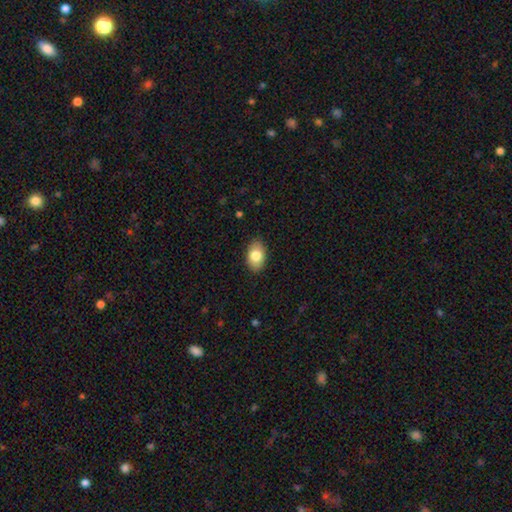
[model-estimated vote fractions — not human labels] This appears to be a smooth galaxy with no disk features (81%) that is in between round and cigar-shaped (89%). Merging: none (87%).